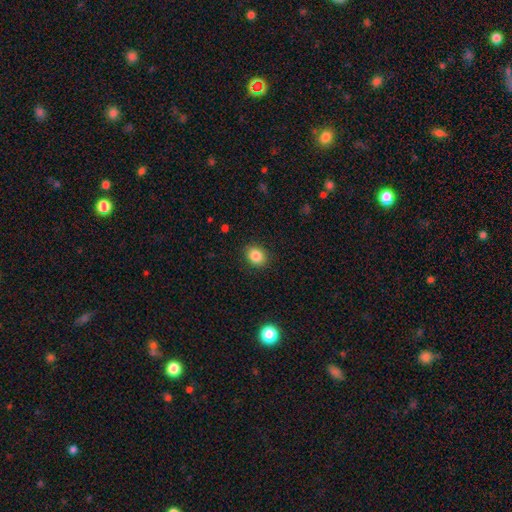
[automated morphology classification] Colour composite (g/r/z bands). It shows a smooth galaxy with no disk features (85%) that is round (51%). Merging: none (89%).